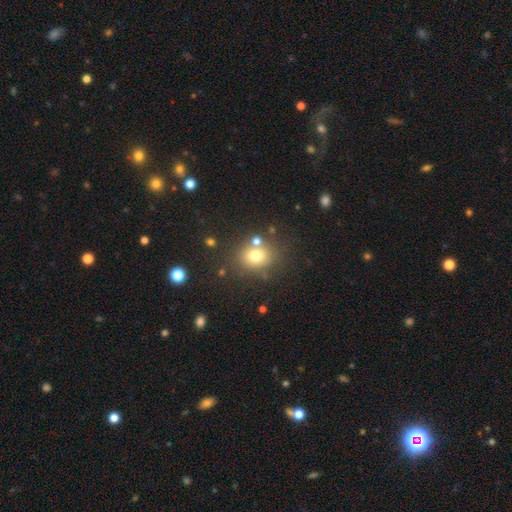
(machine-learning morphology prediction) Q: Smooth or featured?
A: smooth (73%); runner-up: star or artifact (15%)
Q: How rounded?
A: round (65%); runner-up: in between (34%)
Q: Merging?
A: none (71%); runner-up: merger (13%)